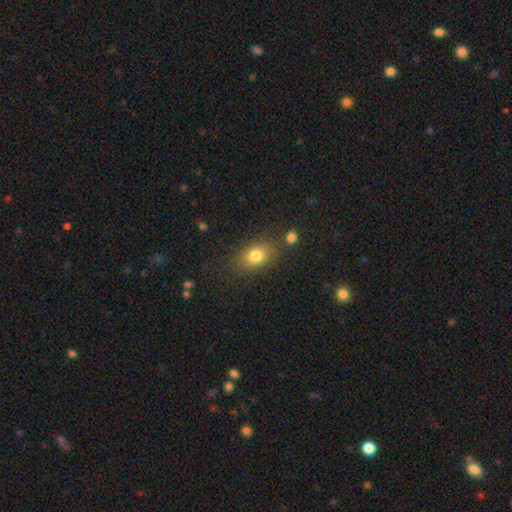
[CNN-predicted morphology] Smooth or featured: smooth — 80% (star or artifact — 11%)
How rounded: in between — 73% (round — 25%)
Merging: none — 79% (minor disturbance — 12%)